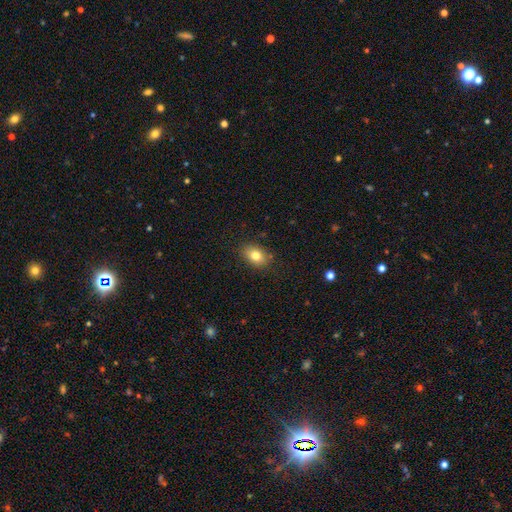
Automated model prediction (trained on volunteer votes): Smooth or featured?
  - smooth: 81% *
  - featured or disk: 10%
  - star or artifact: 9%
How rounded?
  - in between: 77% *
  - round: 22%
  - cigar-shaped: 1%
Merging?
  - none: 85% *
  - minor disturbance: 11%
  - major disturbance: 3%
  - merger: 1%